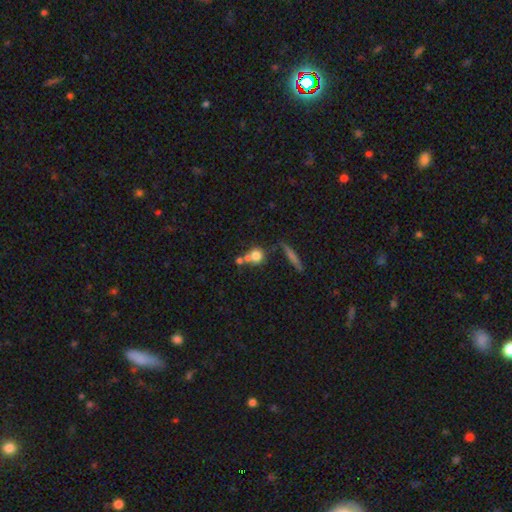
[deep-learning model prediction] The model was most divided on "merging": none: 48%, merger: 37%, minor disturbance: 10%, major disturbance: 5%. More confident: how rounded — round (83%); smooth or featured — smooth (74%).